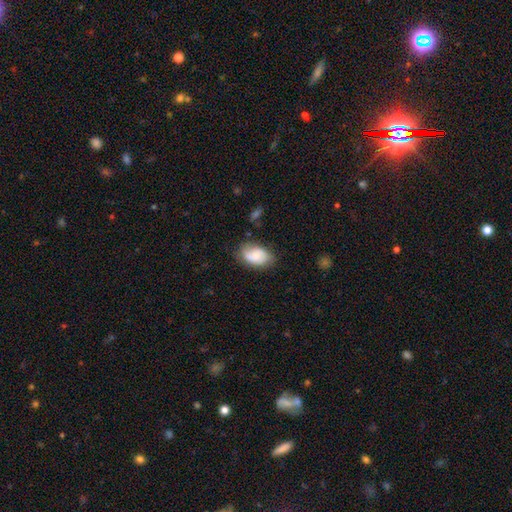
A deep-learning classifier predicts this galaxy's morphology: Overall: smooth (61%; featured or disk 31%). How rounded: in between (88%). Merging: none (68%).